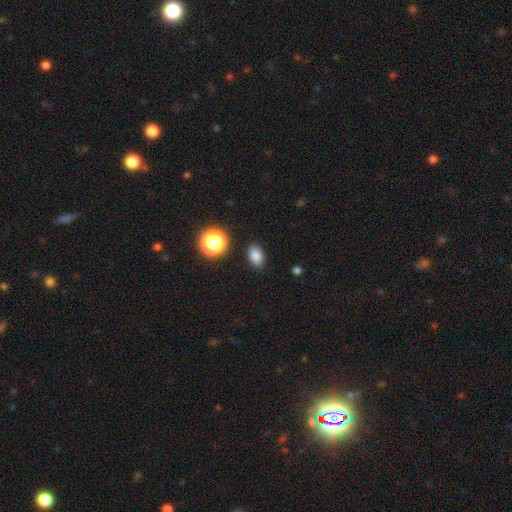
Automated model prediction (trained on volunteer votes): The model was most divided on "how rounded": in between: 80%, round: 19%, cigar-shaped: 1%. More confident: merging — none (86%); smooth or featured — smooth (80%).